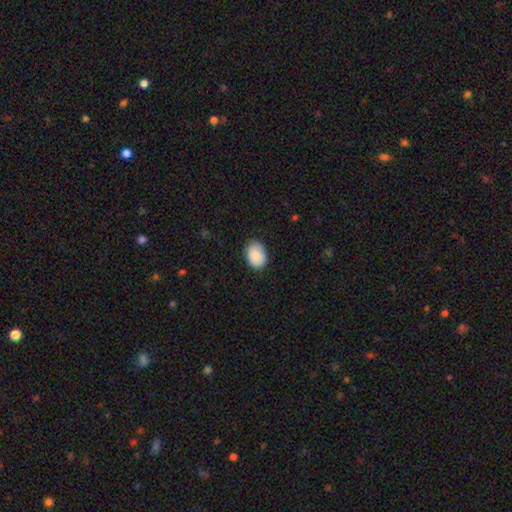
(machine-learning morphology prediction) A smooth galaxy with no disk features (87%) that is in between round and cigar-shaped (77%). Merging: none (83%).